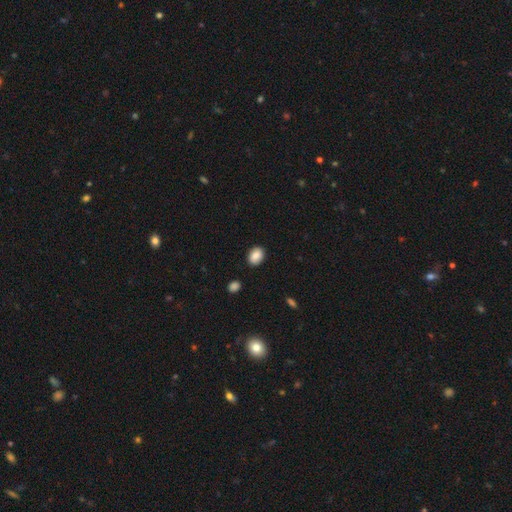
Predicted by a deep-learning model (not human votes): smooth-or-featured: smooth: 86% | star or artifact: 8% | featured or disk: 7%
  how-rounded: in between: 70% | round: 29% | cigar-shaped: 1%
  merging: none: 87% | minor disturbance: 9% | major disturbance: 2% | merger: 2%